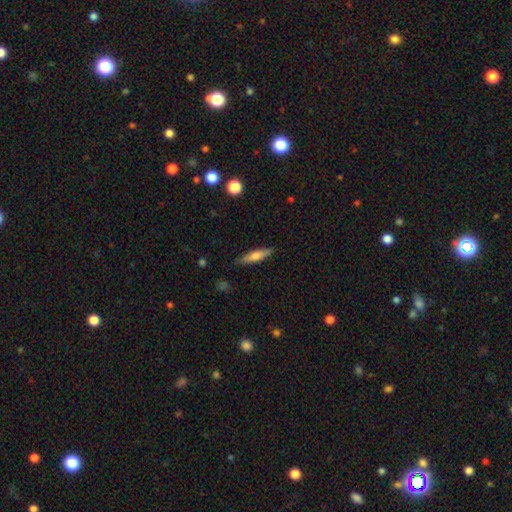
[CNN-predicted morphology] type=smooth (57%); roundness=cigar-shaped (77%); merging=none (87%).